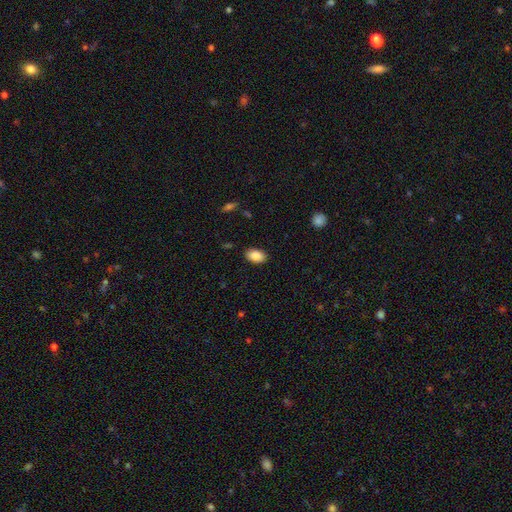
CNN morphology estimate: smooth 89%, star or artifact 7%, featured or disk 4%. Down the decision tree: how rounded — in between (89%); merging — none (88%).